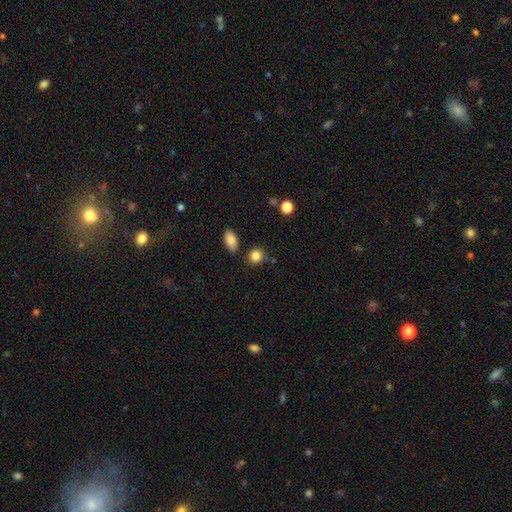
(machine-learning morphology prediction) The model was most divided on "how rounded": round: 76%, in between: 23%, cigar-shaped: 1%. More confident: smooth or featured — smooth (85%); merging — none (79%).